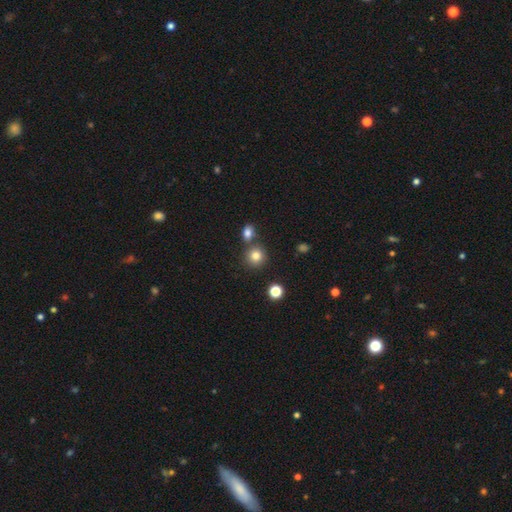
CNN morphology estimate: Smooth or featured? smooth (81%)
How rounded? round (89%)
Merging? none (72%)